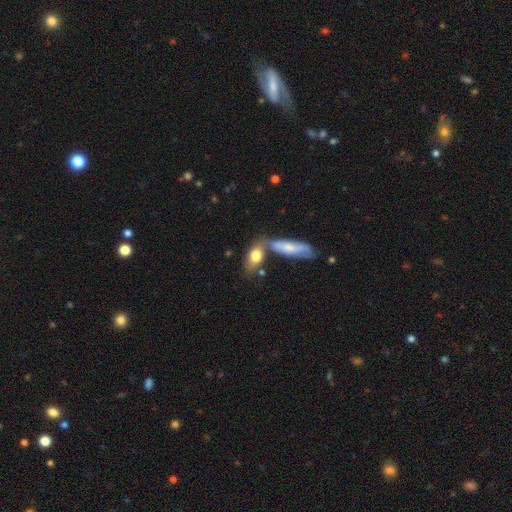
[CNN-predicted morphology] The model was most divided on "merging": merger: 44%, none: 39%, minor disturbance: 12%, major disturbance: 5%. More confident: how rounded — in between (77%); smooth or featured — smooth (72%).